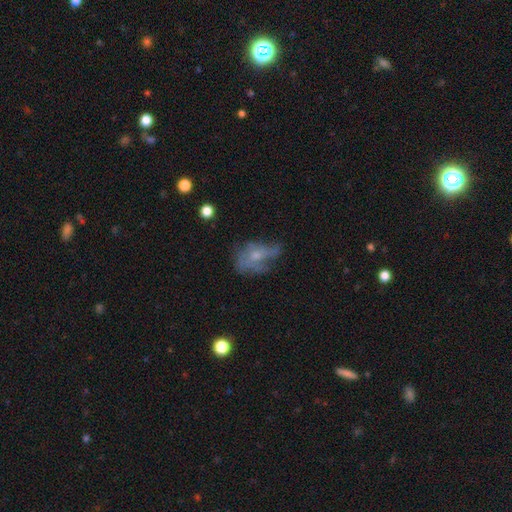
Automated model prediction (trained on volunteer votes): Morphology: type=featured or disk (51%); edge-on=no (94%); merging=major disturbance (35%).